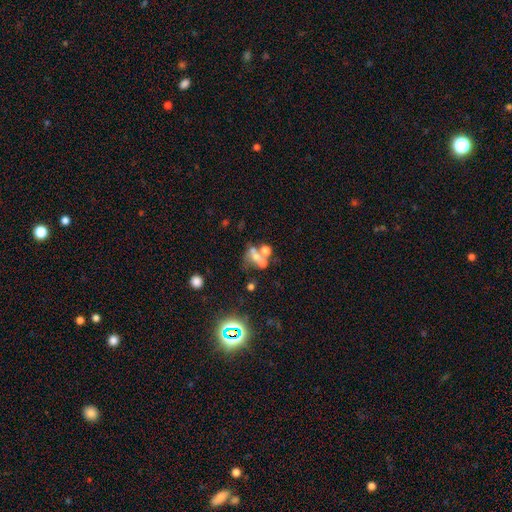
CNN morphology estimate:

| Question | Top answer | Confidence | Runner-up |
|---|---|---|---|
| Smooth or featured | smooth | 44% | featured or disk (31%) |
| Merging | merger | 51% | none (28%) |